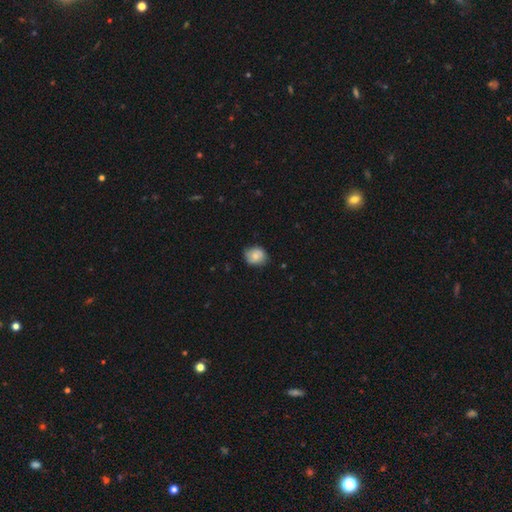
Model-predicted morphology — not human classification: The model was most divided on "how rounded": round: 67%, in between: 32%, cigar-shaped: 1%. More confident: merging — none (73%); smooth or featured — smooth (72%).